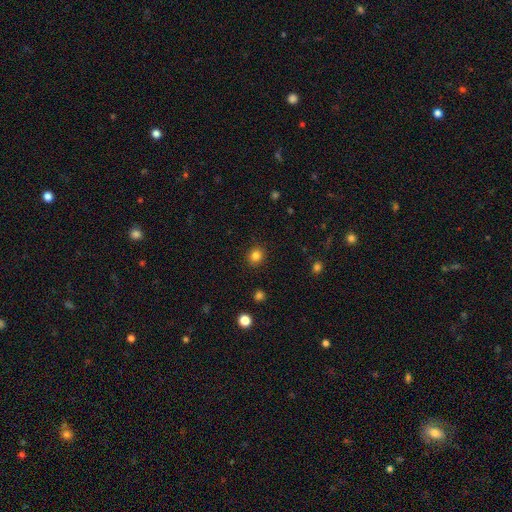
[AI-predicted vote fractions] The model was most divided on "how rounded": round: 80%, in between: 19%, cigar-shaped: 1%. More confident: merging — none (90%); smooth or featured — smooth (83%).